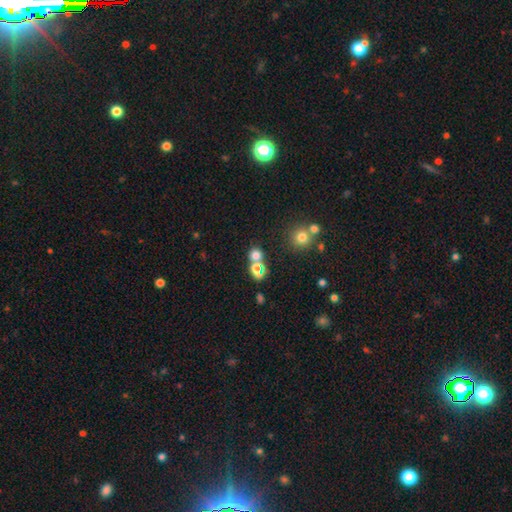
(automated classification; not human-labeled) Morphology: type=smooth (68%); roundness=round (79%); merging=none (58%).